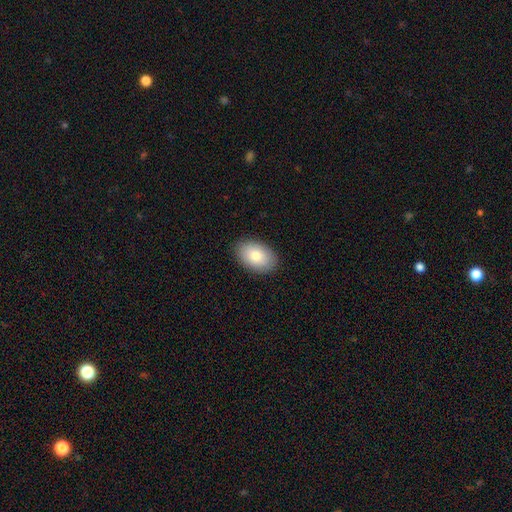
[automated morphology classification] The model was most divided on "smooth or featured": smooth: 80%, featured or disk: 12%, star or artifact: 7%. More confident: how rounded — in between (89%); merging — none (89%).